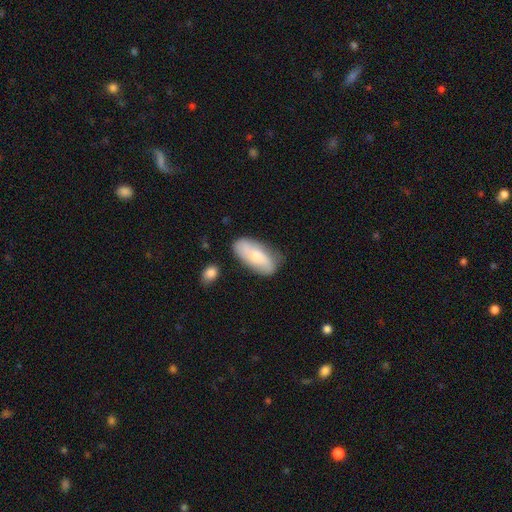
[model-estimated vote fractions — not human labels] A smooth galaxy with no disk features (66%) that is in between round and cigar-shaped (87%).

Vote fractions:
- Smooth or featured? smooth: 66% / featured or disk: 27% / star or artifact: 6%
- How rounded? in between: 87% / cigar-shaped: 10% / round: 3%
- Merging? none: 63% / minor disturbance: 25% / major disturbance: 6% / merger: 6%